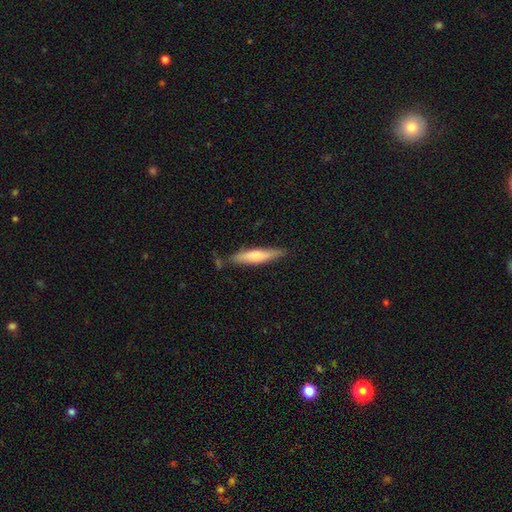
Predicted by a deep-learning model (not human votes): Overall: smooth (65%; featured or disk 30%). How rounded: cigar-shaped (82%). Merging: none (77%).